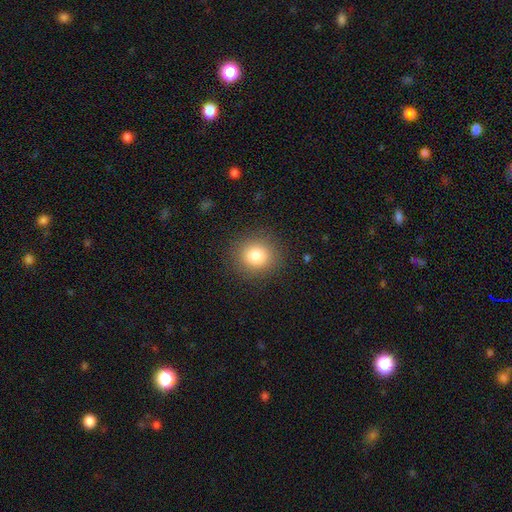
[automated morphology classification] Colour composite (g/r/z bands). It shows a smooth galaxy with no disk features (82%) that is round (86%). Merging: none (89%).